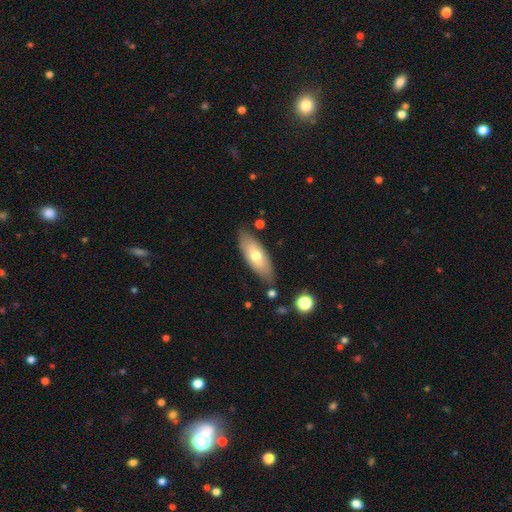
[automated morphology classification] This appears to be a smooth galaxy with no disk features (65%) that is in between round and cigar-shaped (70%). Merging: none (79%).